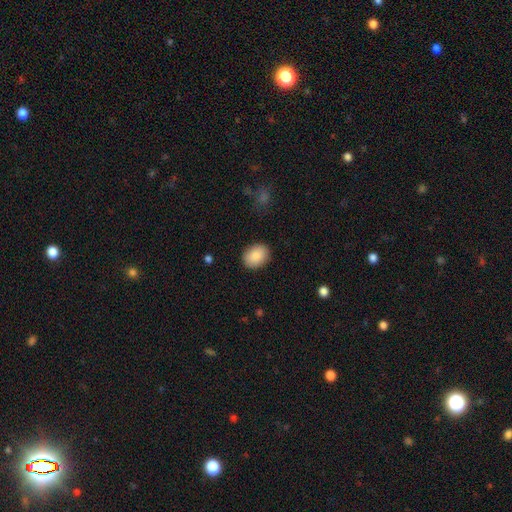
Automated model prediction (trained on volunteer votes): smooth_or_featured: smooth (p=0.88) [alt: star or artifact p=0.07]
how_rounded: in between (p=0.67) [alt: round p=0.32]
merging: none (p=0.88) [alt: minor disturbance p=0.09]